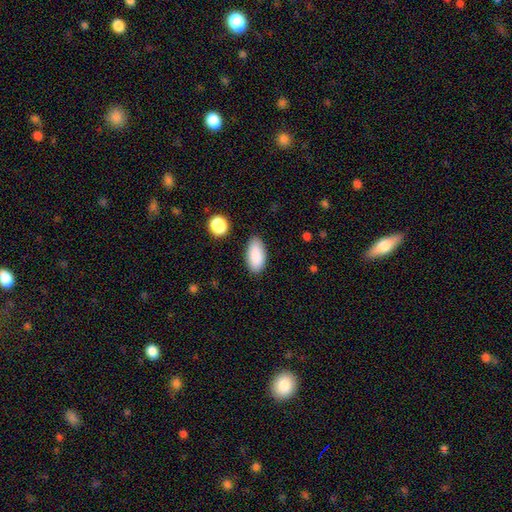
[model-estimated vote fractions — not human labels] Morphology: type=smooth (89%); roundness=in between (92%); merging=none (84%).